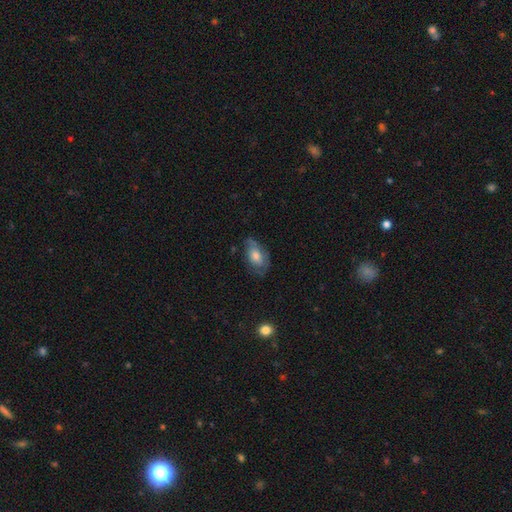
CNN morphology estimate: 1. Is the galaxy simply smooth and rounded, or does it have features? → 54% smooth, 38% featured or disk, 8% star or artifact.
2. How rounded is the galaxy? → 88% in between, 8% round, 3% cigar-shaped.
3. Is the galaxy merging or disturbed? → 56% none, 29% minor disturbance, 12% major disturbance, 2% merger.